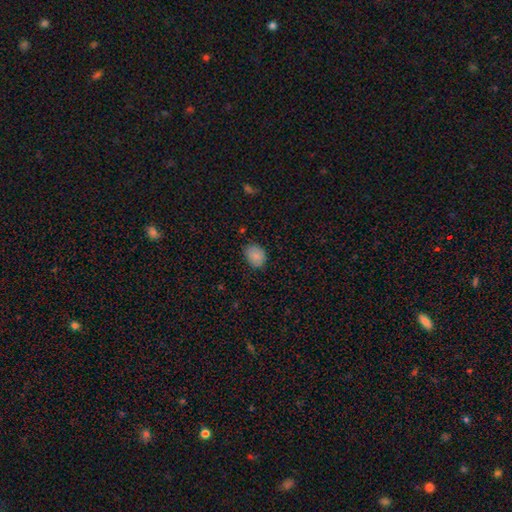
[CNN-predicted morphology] Smooth or featured? Predicted: smooth (p=0.86). How rounded? Predicted: in between (p=0.59). Merging? Predicted: none (p=0.80).